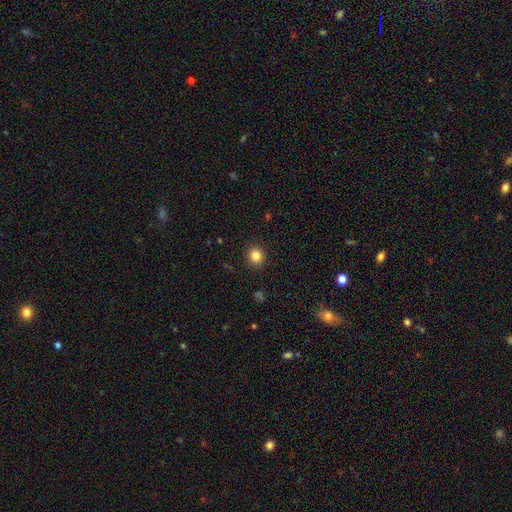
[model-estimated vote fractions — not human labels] A smooth galaxy with no disk features (84%) that is round (85%). Merging: none (91%).